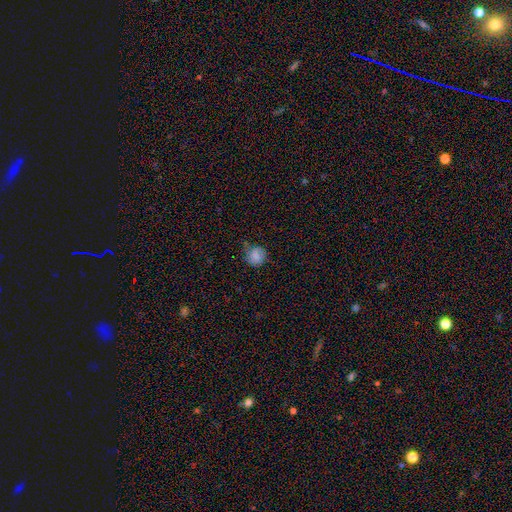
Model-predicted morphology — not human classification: The model was most divided on "merging": none: 60%, minor disturbance: 30%, major disturbance: 8%, merger: 2%. More confident: how rounded — round (83%); smooth or featured — smooth (77%).